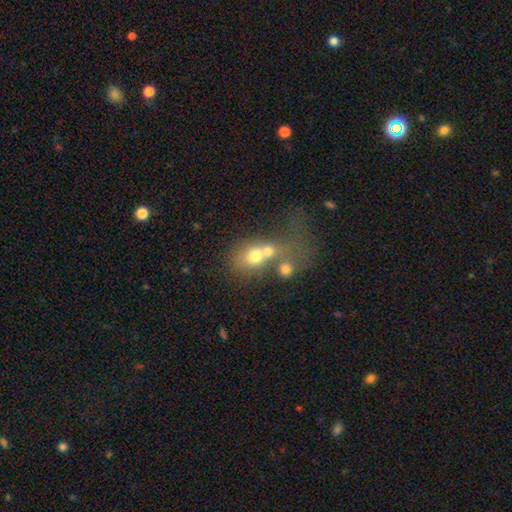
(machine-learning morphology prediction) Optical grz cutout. It shows a smooth galaxy with no disk features (63%) that is round (51%). Merging: merger (61%).